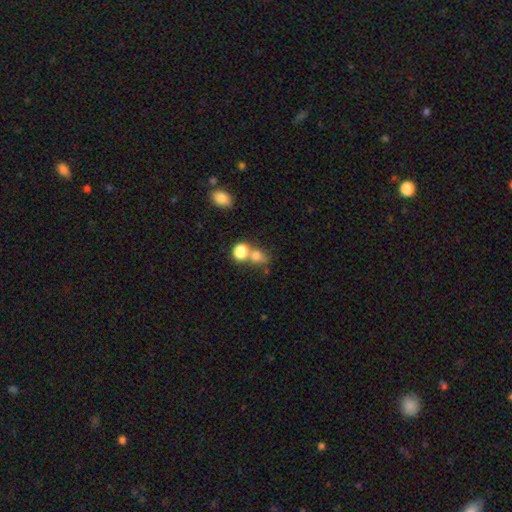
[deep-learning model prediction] Smooth or featured?
  - smooth: 76% *
  - star or artifact: 15%
  - featured or disk: 10%
How rounded?
  - round: 64% *
  - in between: 34%
  - cigar-shaped: 2%
Merging?
  - merger: 43% *
  - none: 42%
  - minor disturbance: 10%
  - major disturbance: 5%